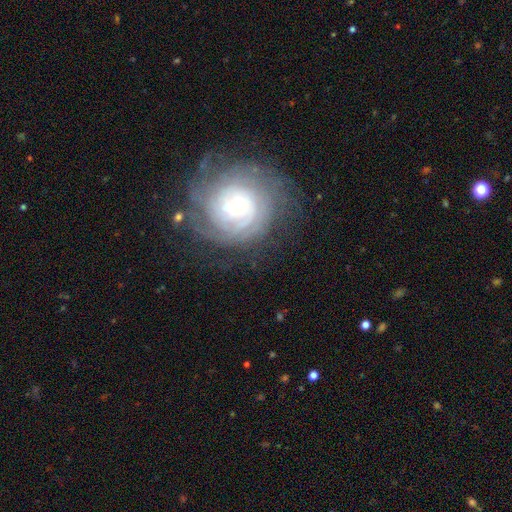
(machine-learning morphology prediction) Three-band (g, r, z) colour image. It shows a featured or disk galaxy (66%) with no bar (71%), tight (72%) spiral arms (90%) and a moderate central bulge (43%). Merging: none (80%).